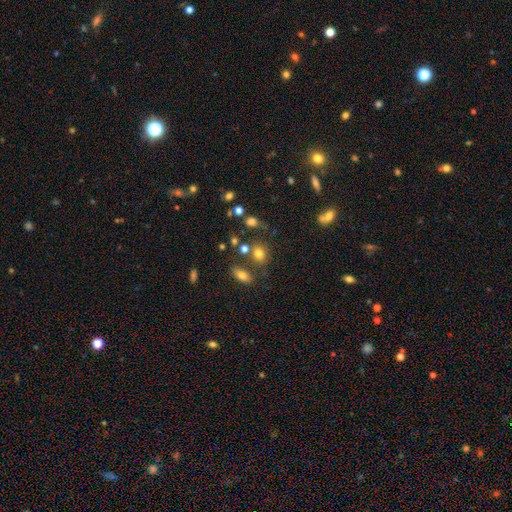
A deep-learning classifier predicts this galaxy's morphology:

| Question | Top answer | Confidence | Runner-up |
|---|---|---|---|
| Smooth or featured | smooth | 48% | star or artifact (35%) |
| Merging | none | 47% | merger (33%) |